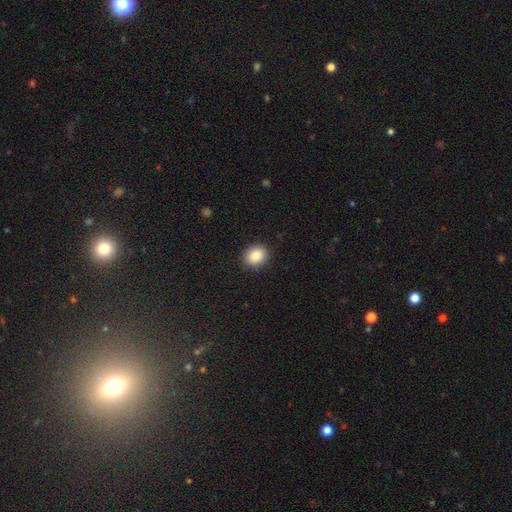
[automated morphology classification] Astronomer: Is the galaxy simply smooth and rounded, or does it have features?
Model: smooth — 86%.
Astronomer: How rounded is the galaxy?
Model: round — 64%.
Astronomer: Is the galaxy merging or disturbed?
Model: none — 91%.